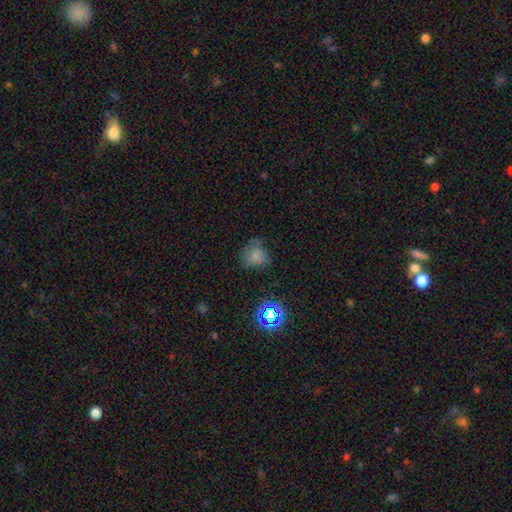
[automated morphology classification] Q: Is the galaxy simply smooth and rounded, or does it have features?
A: smooth — 64%.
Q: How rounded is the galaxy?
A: round — 71%.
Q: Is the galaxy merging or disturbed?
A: none — 54%.